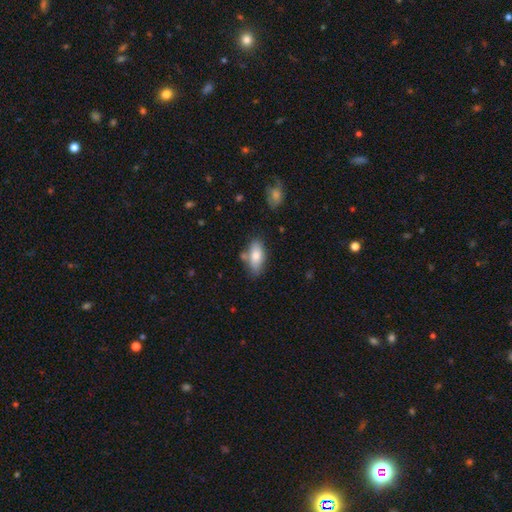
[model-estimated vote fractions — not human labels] This appears to be a smooth galaxy with no disk features (78%) that is in between round and cigar-shaped (87%). Merging: none (69%).